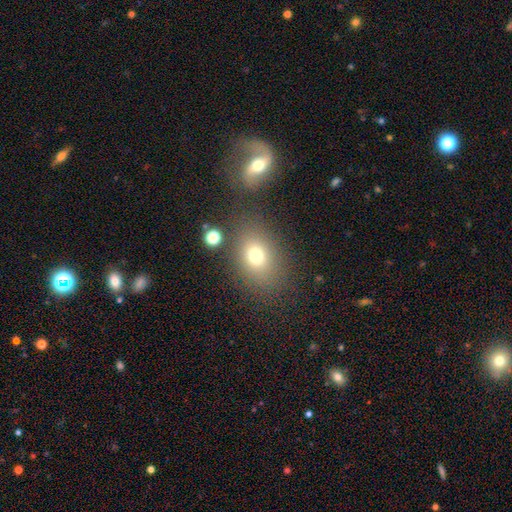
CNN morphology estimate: Smooth or featured: smooth — 74% (star or artifact — 14%)
How rounded: in between — 64% (round — 34%)
Merging: none — 75% (minor disturbance — 12%)